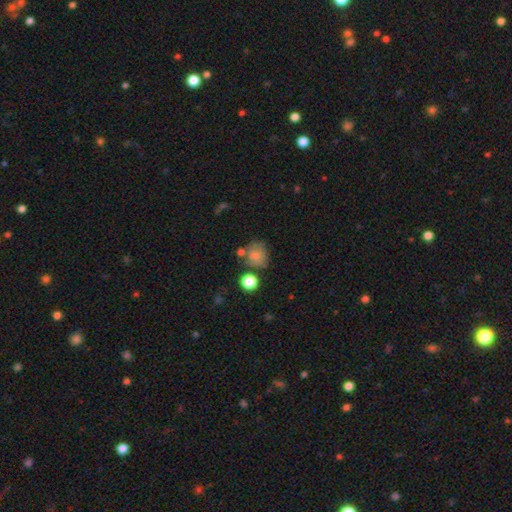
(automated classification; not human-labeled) Smooth or featured?
  - smooth: 73% *
  - featured or disk: 14%
  - star or artifact: 13%
How rounded?
  - round: 78% *
  - in between: 21%
  - cigar-shaped: 1%
Merging?
  - none: 54% *
  - minor disturbance: 21%
  - merger: 13%
  - major disturbance: 11%